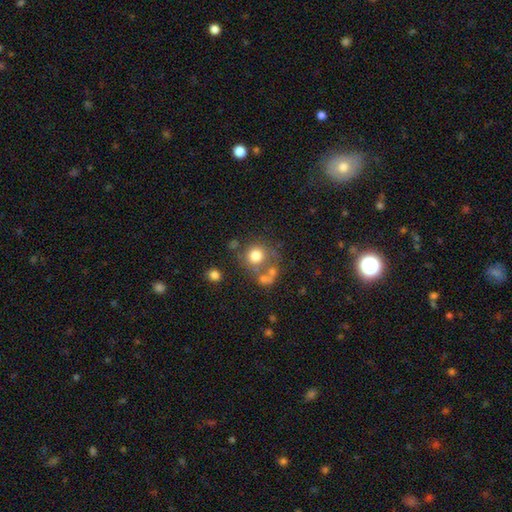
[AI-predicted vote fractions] This is likely a smooth galaxy (72%). How rounded: clearly round (88%). Merging: possibly none (54%).